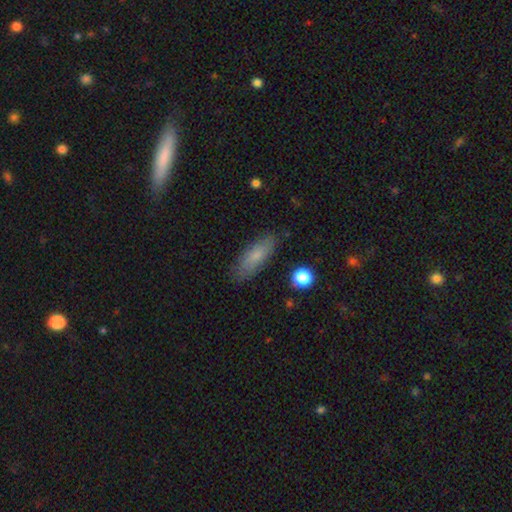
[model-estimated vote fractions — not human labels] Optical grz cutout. It shows a smooth galaxy with no disk features (78%) that is in between round and cigar-shaped (58%). Merging: none (83%).